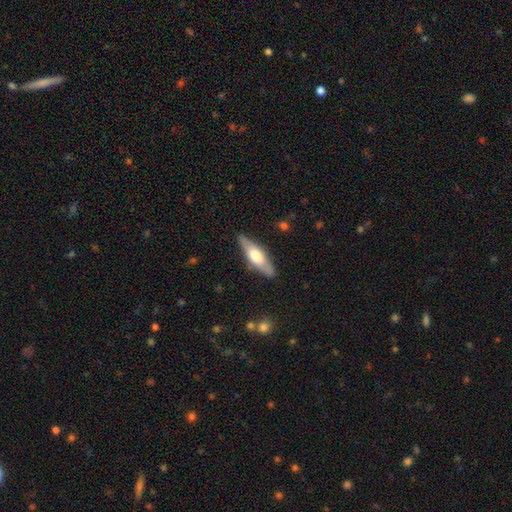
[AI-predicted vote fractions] Smooth or featured: smooth — 51% (featured or disk — 43%)
How rounded: cigar-shaped — 60% (in between — 38%)
Merging: none — 86% (minor disturbance — 11%)